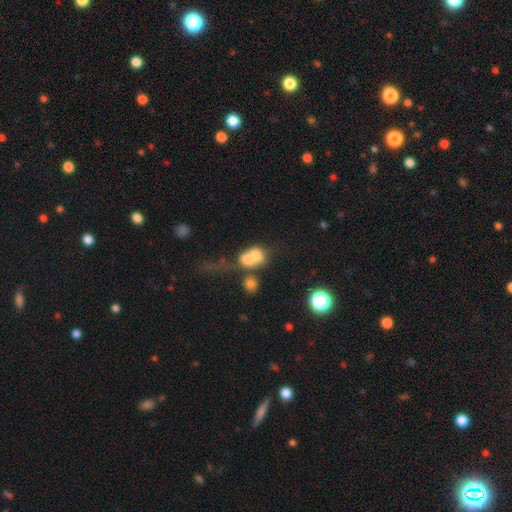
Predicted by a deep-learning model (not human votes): smooth 64%, featured or disk 23%, star or artifact 13%. Down the decision tree: how rounded — in between (52%); merging — merger (68%).